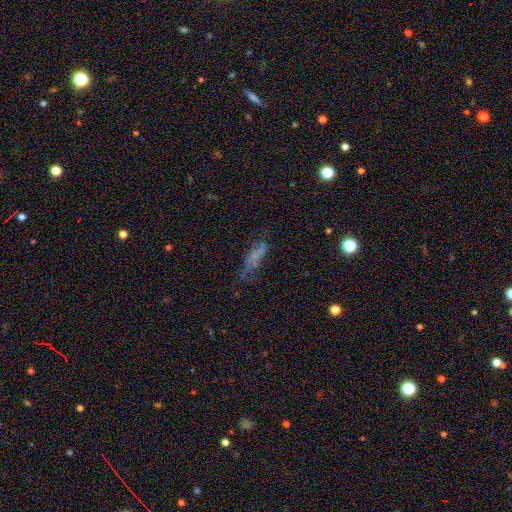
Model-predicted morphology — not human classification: smooth 55%, featured or disk 28%, star or artifact 17%. Down the decision tree: how rounded — cigar-shaped (64%); merging — none (46%).